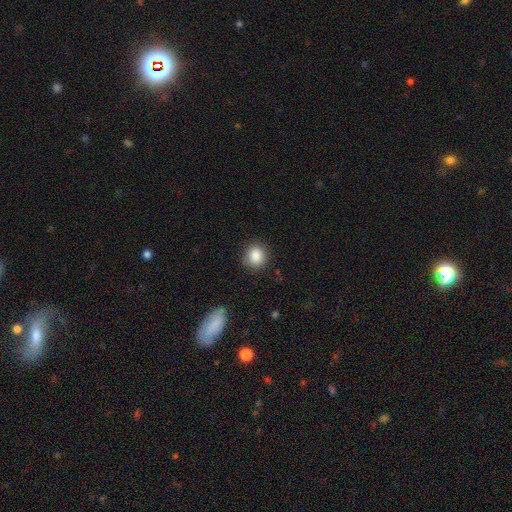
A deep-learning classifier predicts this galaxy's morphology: Smooth or featured? Predicted: smooth (p=0.87). How rounded? Predicted: round (p=0.82). Merging? Predicted: none (p=0.86).